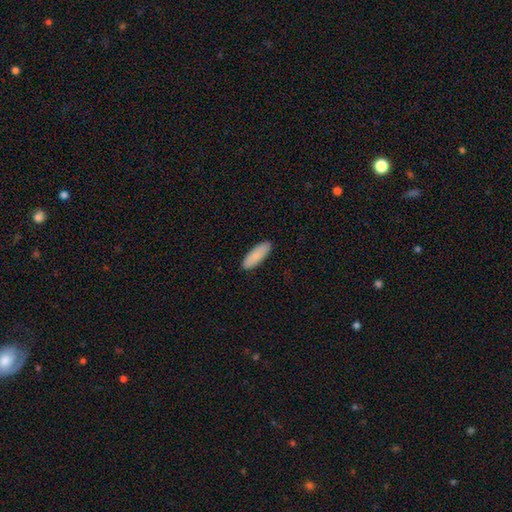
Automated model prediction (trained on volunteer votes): The model was most divided on "how rounded": in between: 60%, cigar-shaped: 38%, round: 2%. More confident: merging — none (90%); smooth or featured — smooth (89%).